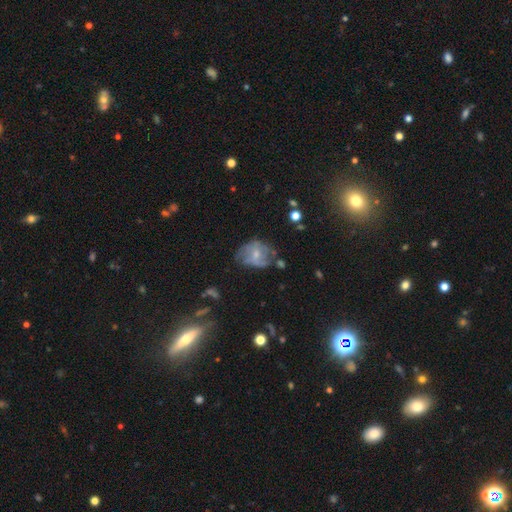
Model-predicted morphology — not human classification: type=featured or disk (54%); edge-on=no (97%); bar=no (53%); spiral arms=yes (57%); bulge=small (57%); merging=none (44%).